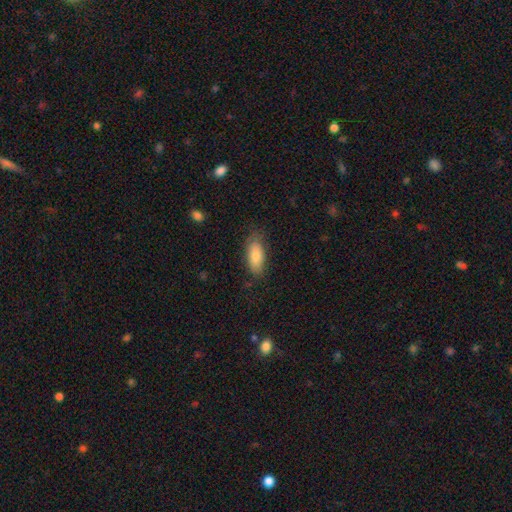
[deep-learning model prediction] Smooth or featured: smooth — 79% (featured or disk — 14%)
How rounded: in between — 81% (cigar-shaped — 16%)
Merging: none — 77% (minor disturbance — 18%)